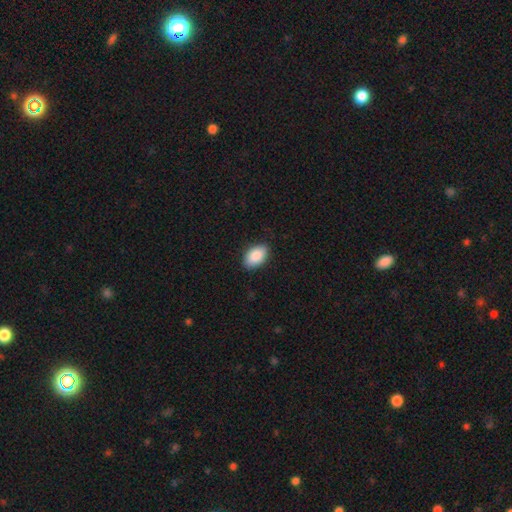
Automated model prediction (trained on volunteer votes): Morphology: type=smooth (90%); roundness=in between (93%); merging=none (86%).